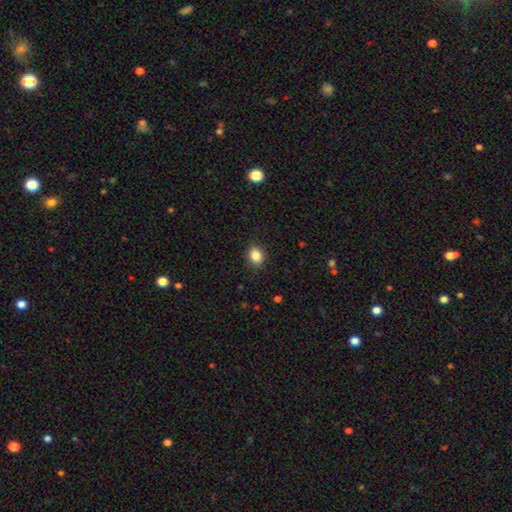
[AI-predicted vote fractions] This is clearly a smooth galaxy (85%). How rounded: possibly in between (55%). Merging: clearly none (88%).